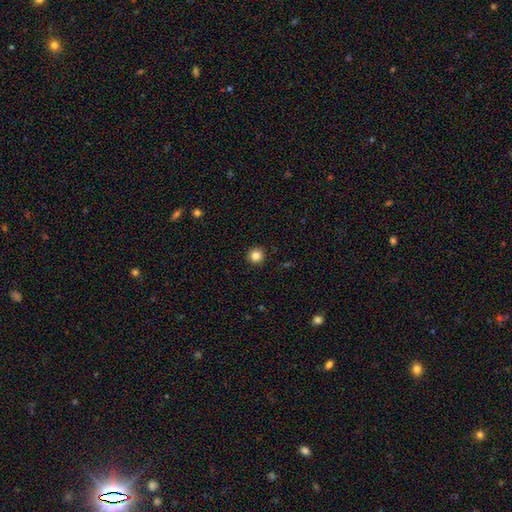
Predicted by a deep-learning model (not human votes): smooth-or-featured: smooth: 84% | star or artifact: 11% | featured or disk: 5%
  how-rounded: round: 95% | in between: 4% | cigar-shaped: 1%
  merging: none: 93% | minor disturbance: 5% | major disturbance: 2% | merger: 1%